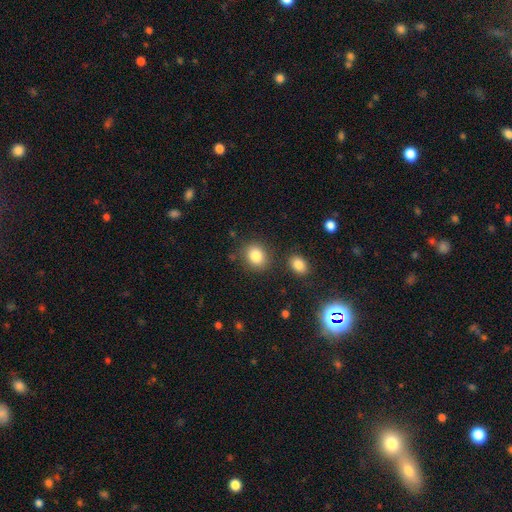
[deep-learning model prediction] Smooth or featured? Predicted: smooth (p=0.85). How rounded? Predicted: round (p=0.64). Merging? Predicted: none (p=0.80).